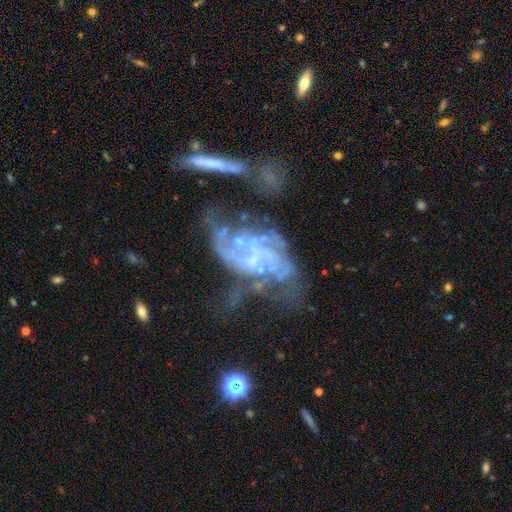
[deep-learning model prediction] Smooth or featured? Predicted: featured or disk (p=0.79). Edge-on disk? Predicted: no (p=0.96). Bar? Predicted: no (p=0.57). Spiral arms? Predicted: yes (p=0.75). Spiral winding? Predicted: loose (p=0.40). Spiral arm count? Predicted: 2 (p=0.40). Bulge size? Predicted: none (p=0.46). Merging? Predicted: major disturbance (p=0.36).